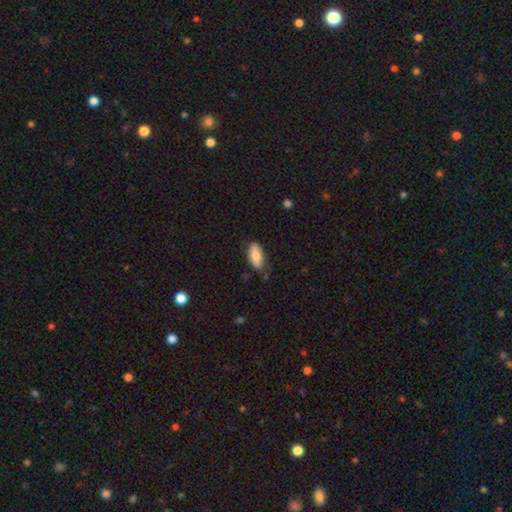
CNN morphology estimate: Q: Smooth or featured?
A: smooth (83%); runner-up: featured or disk (11%)
Q: How rounded?
A: in between (85%); runner-up: cigar-shaped (12%)
Q: Merging?
A: none (71%); runner-up: minor disturbance (22%)